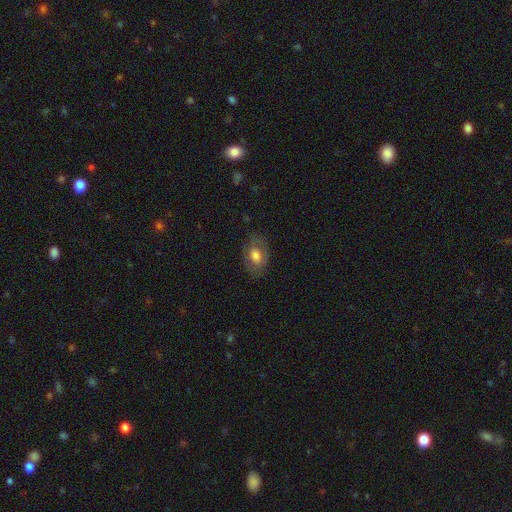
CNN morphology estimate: The model was most divided on "smooth or featured": smooth: 64%, featured or disk: 28%, star or artifact: 8%. More confident: how rounded — in between (83%); merging — none (76%).